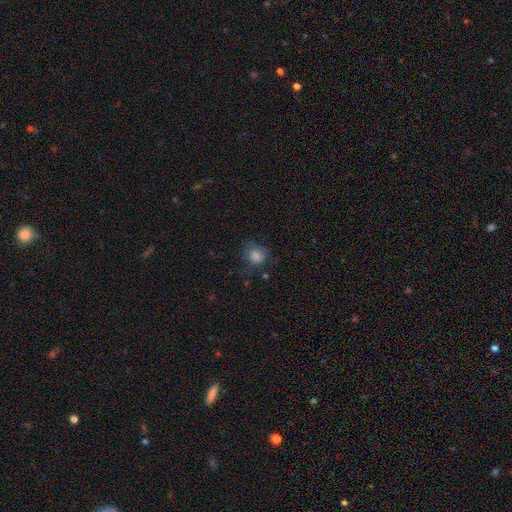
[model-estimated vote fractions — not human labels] Morphology: type=smooth (77%); roundness=round (70%); merging=none (60%).